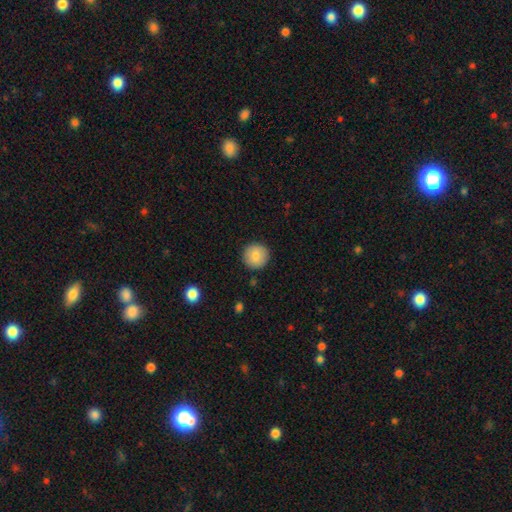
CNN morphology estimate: smooth-or-featured: smooth: 85% | featured or disk: 8% | star or artifact: 7%
  how-rounded: round: 95% | in between: 4% | cigar-shaped: 1%
  merging: none: 91% | minor disturbance: 6% | major disturbance: 2% | merger: 1%